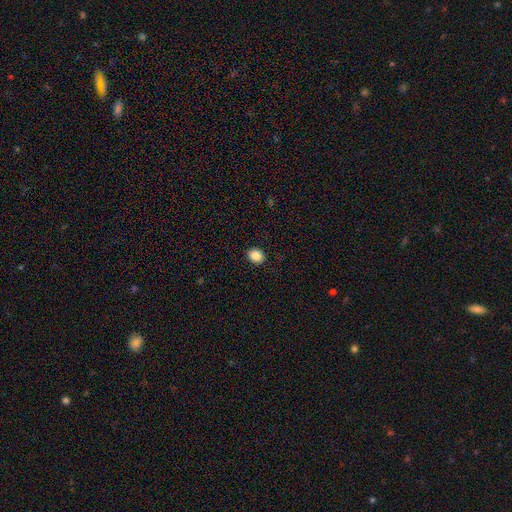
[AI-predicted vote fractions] This is clearly a smooth galaxy (87%). How rounded: possibly round (50%). Merging: clearly none (91%).